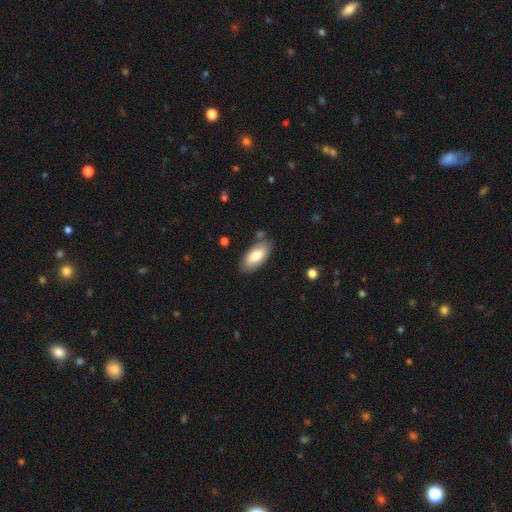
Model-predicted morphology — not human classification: The model was most divided on "smooth or featured": smooth: 78%, featured or disk: 16%, star or artifact: 6%. More confident: how rounded — in between (91%); merging — none (79%).